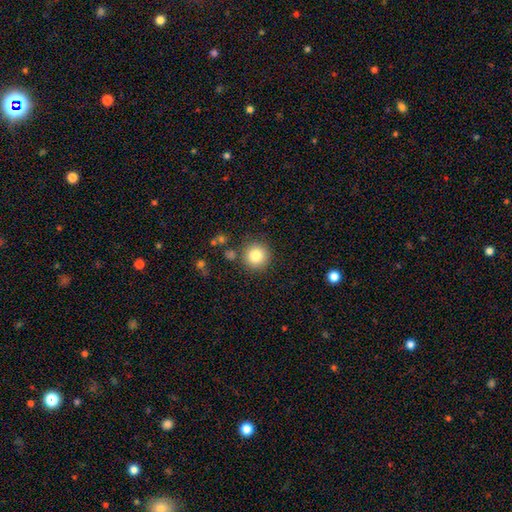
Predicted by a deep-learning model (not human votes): Smooth or featured? smooth (82%)
How rounded? round (95%)
Merging? none (86%)